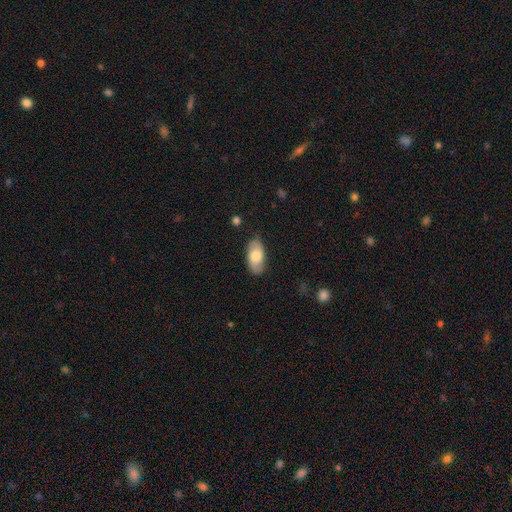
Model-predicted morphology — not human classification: This appears to be a smooth galaxy with no disk features (75%) that is in between round and cigar-shaped (93%). Merging: none (81%).